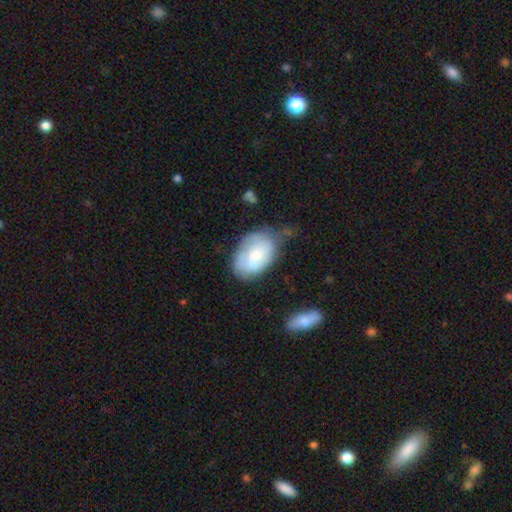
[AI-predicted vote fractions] smooth-or-featured: smooth: 59% | featured or disk: 34% | star or artifact: 7%
  how-rounded: in between: 85% | round: 14% | cigar-shaped: 1%
  merging: none: 45% | minor disturbance: 35% | major disturbance: 14% | merger: 6%